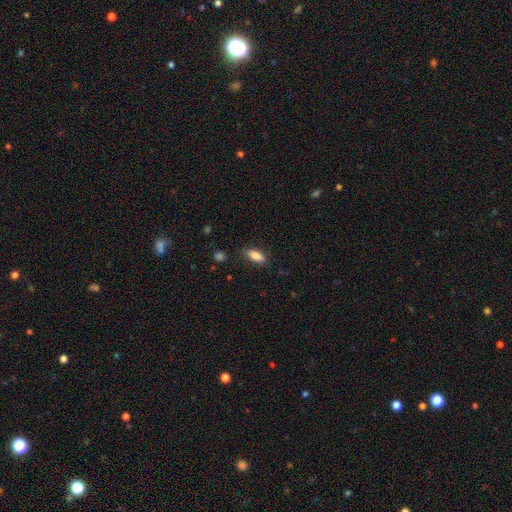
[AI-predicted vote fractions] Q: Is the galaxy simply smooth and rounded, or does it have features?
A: smooth — 85%.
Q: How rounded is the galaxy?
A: in between — 75%.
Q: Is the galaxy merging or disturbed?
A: none — 79%.